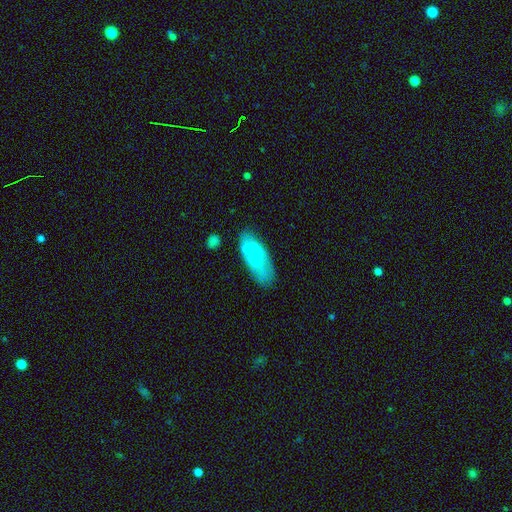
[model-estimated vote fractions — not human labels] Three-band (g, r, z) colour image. It shows a smooth galaxy with no disk features (68%) that is in between round and cigar-shaped (79%). Merging: none (62%).